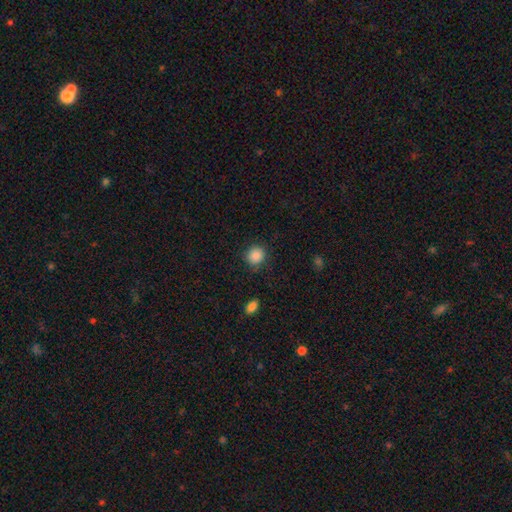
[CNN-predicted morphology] Smooth or featured?
  - smooth: 88% *
  - star or artifact: 9%
  - featured or disk: 3%
How rounded?
  - round: 87% *
  - in between: 12%
  - cigar-shaped: 1%
Merging?
  - none: 85% *
  - minor disturbance: 10%
  - major disturbance: 3%
  - merger: 2%